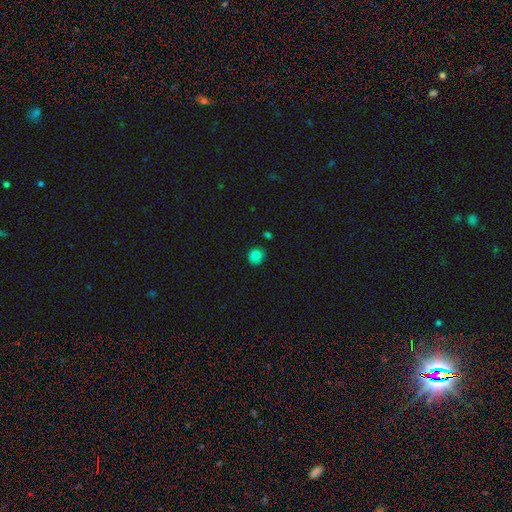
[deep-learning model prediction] Smooth or featured: smooth — 84% (star or artifact — 13%)
How rounded: round — 83% (in between — 16%)
Merging: none — 81% (minor disturbance — 12%)